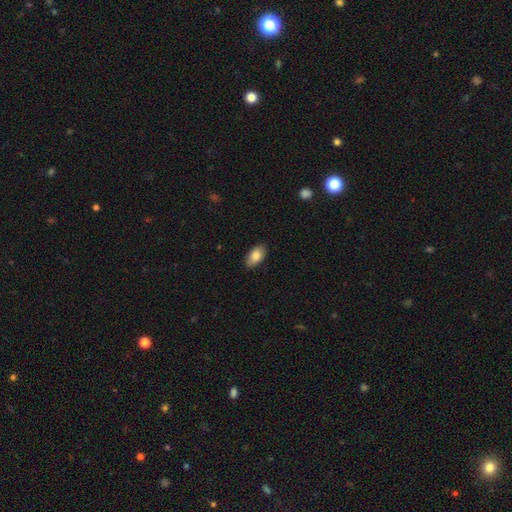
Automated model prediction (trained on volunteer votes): This appears to be a smooth galaxy with no disk features (85%) that is in between round and cigar-shaped (93%). Merging: none (86%).